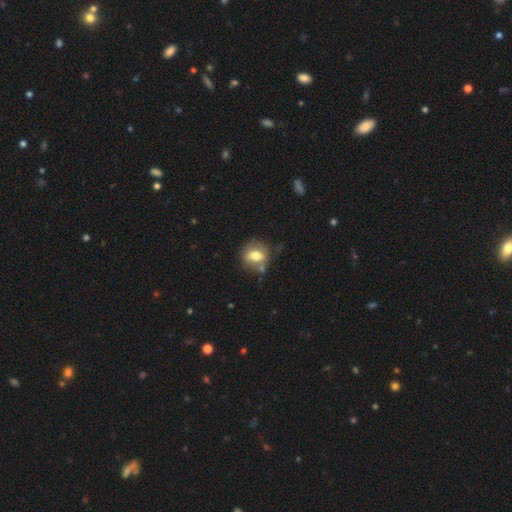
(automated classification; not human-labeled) Smooth or featured? Predicted: smooth (p=0.67). How rounded? Predicted: round (p=0.55). Merging? Predicted: none (p=0.65).